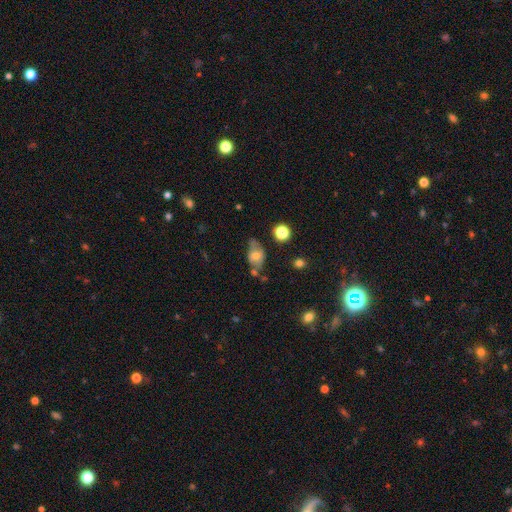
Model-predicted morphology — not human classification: A smooth galaxy with no disk features (58%) that is in between round and cigar-shaped (78%). Merging: none (45%).